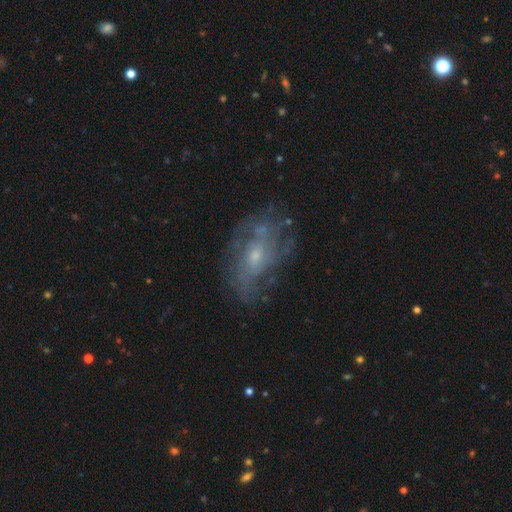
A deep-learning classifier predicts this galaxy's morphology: This is likely a featured or disk galaxy (72%). It is clearly not viewed edge-on (95%). Bar: likely no (70%). Spiral arm pattern: likely yes (69%). Central bulge: likely small (63%). Merging: likely none (64%).